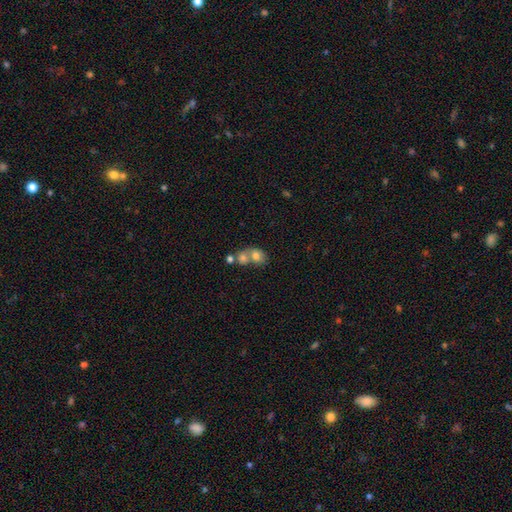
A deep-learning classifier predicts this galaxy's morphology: smooth_or_featured: smooth (p=0.72) [alt: featured or disk p=0.18]
how_rounded: round (p=0.50) [alt: in between p=0.49]
merging: merger (p=0.65) [alt: none p=0.23]